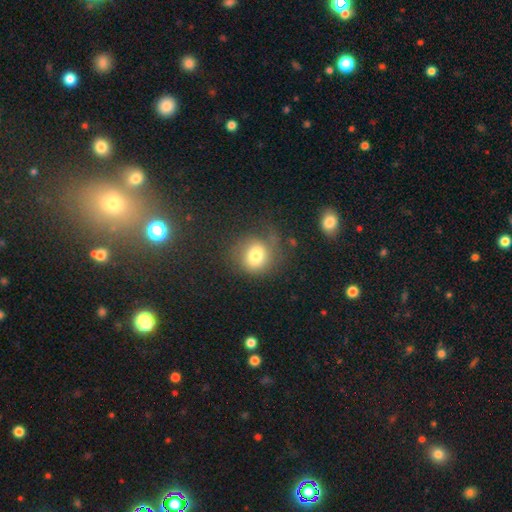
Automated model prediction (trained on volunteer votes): Smooth or featured?
  - smooth: 75% *
  - featured or disk: 13%
  - star or artifact: 11%
How rounded?
  - round: 79% *
  - in between: 20%
  - cigar-shaped: 1%
Merging?
  - none: 58% *
  - minor disturbance: 22%
  - major disturbance: 16%
  - merger: 3%